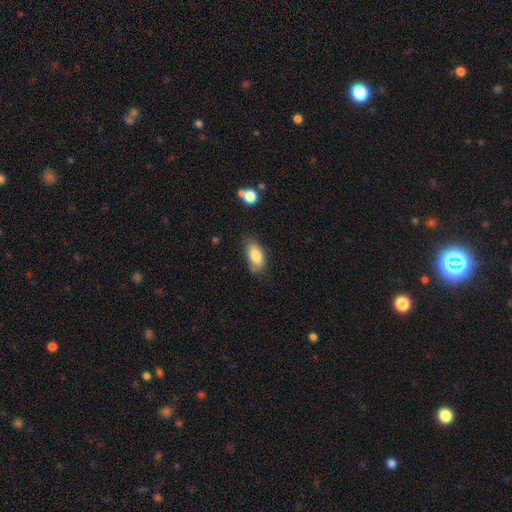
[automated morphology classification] A smooth galaxy with no disk features (83%) that is in between round and cigar-shaped (91%).

Vote fractions:
- Smooth or featured? smooth: 83% / featured or disk: 10% / star or artifact: 7%
- How rounded? in between: 91% / round: 4% / cigar-shaped: 4%
- Merging? none: 68% / minor disturbance: 24% / major disturbance: 5% / merger: 3%